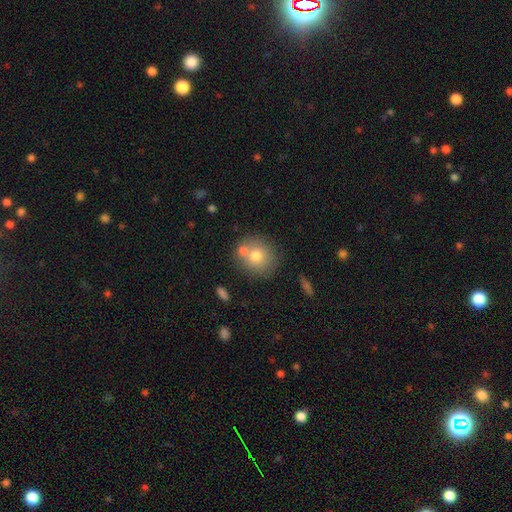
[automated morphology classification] A smooth galaxy with no disk features (72%) that is round (85%). Merging: none (58%).